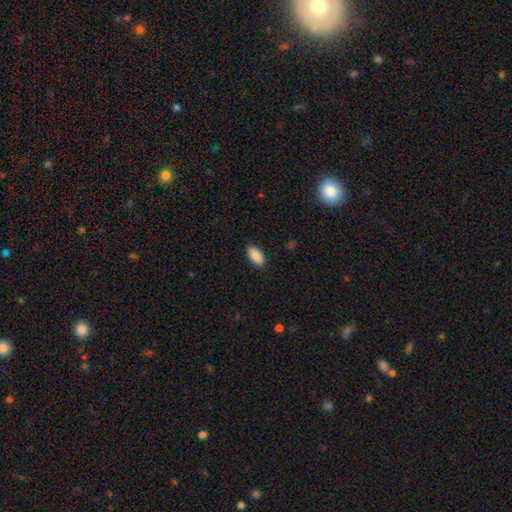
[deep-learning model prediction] smooth-or-featured: smooth: 90% | star or artifact: 7% | featured or disk: 3%
  how-rounded: in between: 93% | cigar-shaped: 4% | round: 2%
  merging: none: 89% | minor disturbance: 8% | major disturbance: 2% | merger: 1%